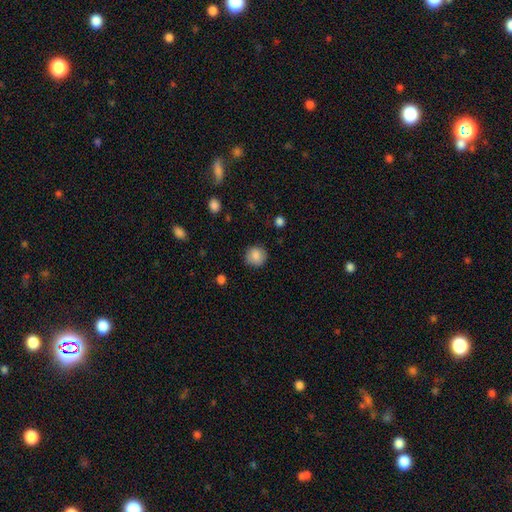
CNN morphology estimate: This is clearly a smooth galaxy (86%). How rounded: clearly round (89%). Merging: clearly none (86%).